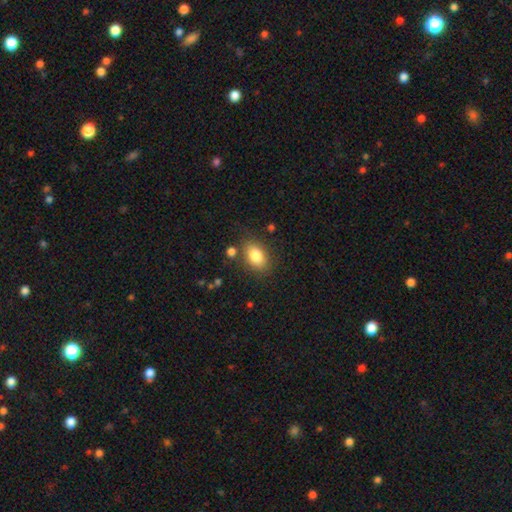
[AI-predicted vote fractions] Q: Smooth or featured?
A: smooth (83%); runner-up: featured or disk (9%)
Q: How rounded?
A: in between (87%); runner-up: round (11%)
Q: Merging?
A: none (78%); runner-up: minor disturbance (13%)